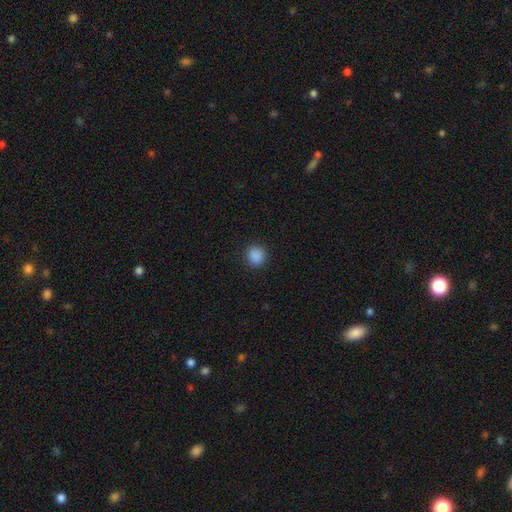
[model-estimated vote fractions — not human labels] Smooth or featured: smooth — 88% (star or artifact — 10%)
How rounded: round — 88% (in between — 11%)
Merging: none — 91% (minor disturbance — 6%)